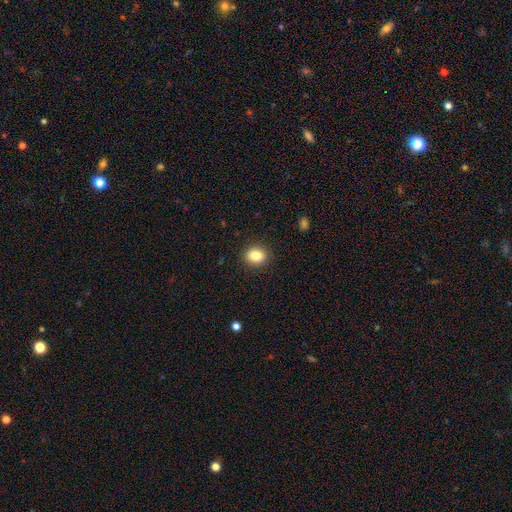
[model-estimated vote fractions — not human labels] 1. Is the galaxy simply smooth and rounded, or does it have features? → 84% smooth, 10% star or artifact, 6% featured or disk.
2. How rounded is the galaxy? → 63% round, 36% in between, 1% cigar-shaped.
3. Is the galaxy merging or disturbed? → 91% none, 6% minor disturbance, 2% major disturbance, 1% merger.